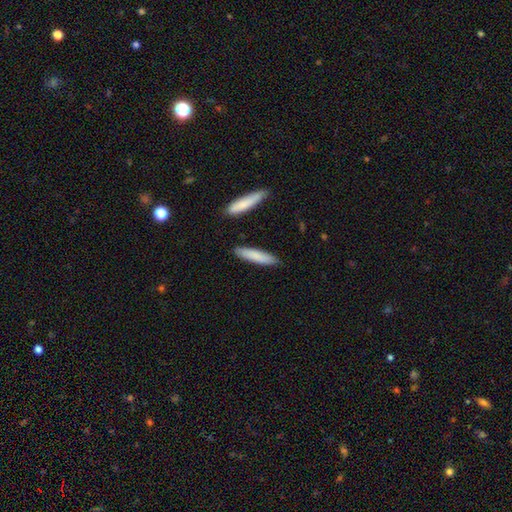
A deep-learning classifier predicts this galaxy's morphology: Q: Smooth or featured?
A: smooth (82%); runner-up: featured or disk (13%)
Q: How rounded?
A: cigar-shaped (81%); runner-up: in between (18%)
Q: Merging?
A: none (85%); runner-up: minor disturbance (10%)